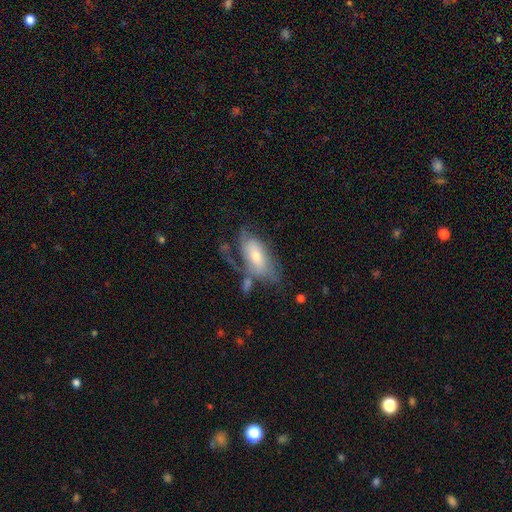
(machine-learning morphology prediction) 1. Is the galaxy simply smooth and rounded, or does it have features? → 53% featured or disk, 40% smooth, 7% star or artifact.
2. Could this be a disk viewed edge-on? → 88% no, 12% yes.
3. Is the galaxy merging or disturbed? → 37% none, 28% major disturbance, 23% minor disturbance, 12% merger.